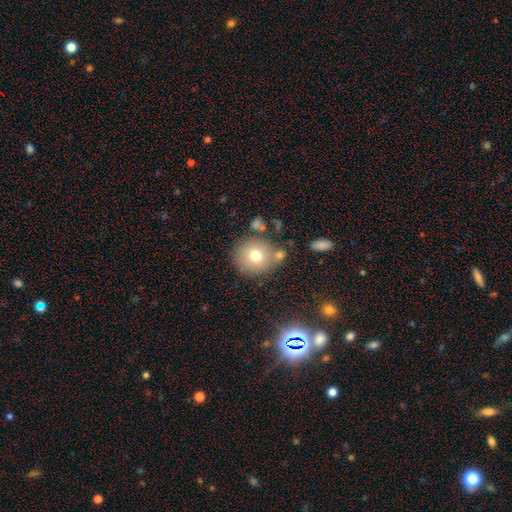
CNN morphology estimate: A smooth galaxy with no disk features (73%) that is round (85%).

Vote fractions:
- Smooth or featured? smooth: 73% / featured or disk: 16% / star or artifact: 12%
- How rounded? round: 85% / in between: 14% / cigar-shaped: 1%
- Merging? none: 73% / minor disturbance: 12% / merger: 11% / major disturbance: 4%